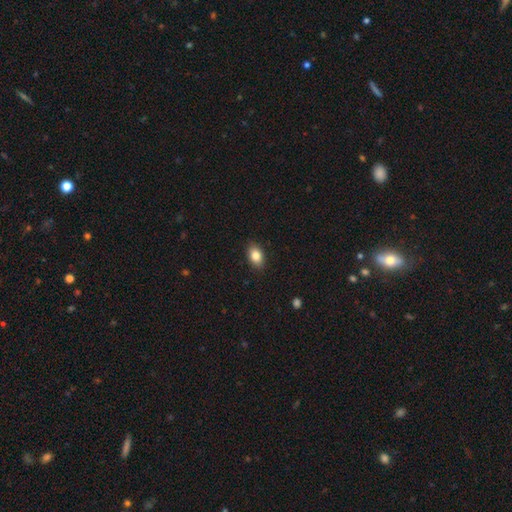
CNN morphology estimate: Smooth or featured: smooth — 84% (star or artifact — 8%)
How rounded: in between — 85% (round — 13%)
Merging: none — 88% (minor disturbance — 9%)